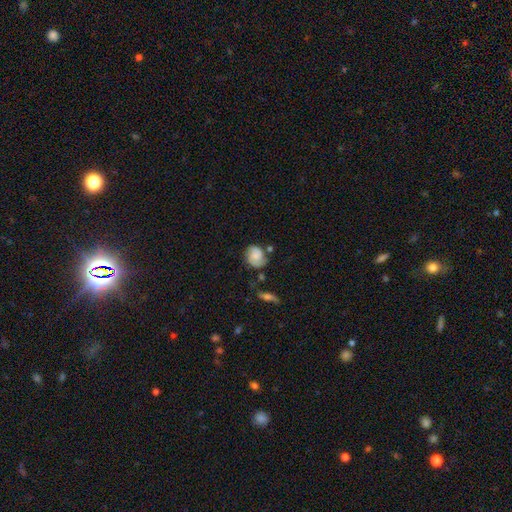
Smooth or featured? featured or disk (64%)
Edge-on disk? no (96%)
Bar? no (73%)
Spiral arms? yes (82%)
Spiral winding? tight (56%)
Spiral arm count? 2 (83%)
Bulge size? small (36%)
Merging? none (41%)